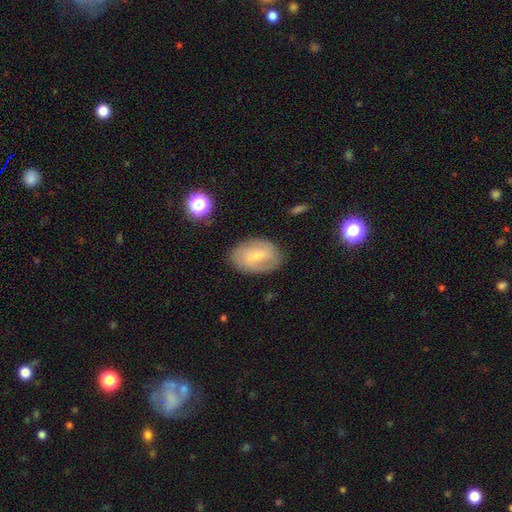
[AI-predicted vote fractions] The model was most divided on "smooth or featured": featured or disk: 54%, smooth: 38%, star or artifact: 8%. Remaining: edge-on disk — no (95%); merging — none (80%); spiral arms — yes (74%); bulge size — small (70%); bar — weak (50%).